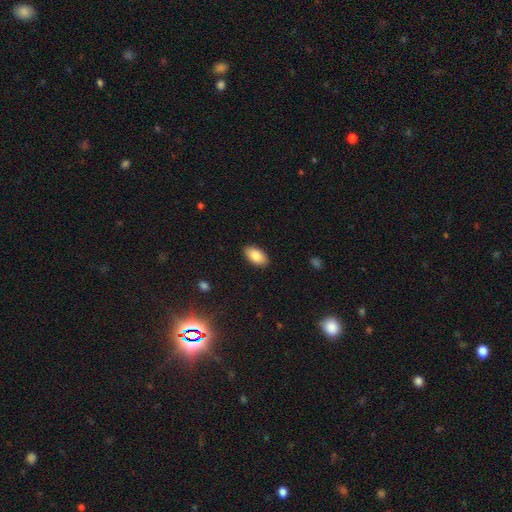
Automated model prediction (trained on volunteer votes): A smooth galaxy with no disk features (84%) that is in between round and cigar-shaped (94%).

Vote fractions:
- Smooth or featured? smooth: 84% / featured or disk: 9% / star or artifact: 7%
- How rounded? in between: 94% / round: 4% / cigar-shaped: 2%
- Merging? none: 89% / minor disturbance: 8% / major disturbance: 2% / merger: 1%